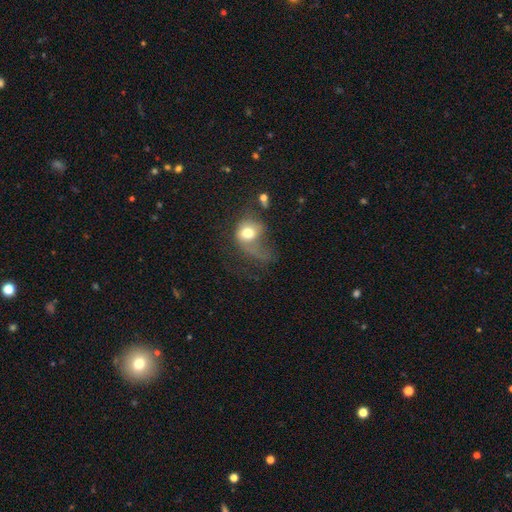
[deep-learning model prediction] Smooth or featured: smooth — 48% (featured or disk — 32%)
Merging: major disturbance — 46% (none — 29%)